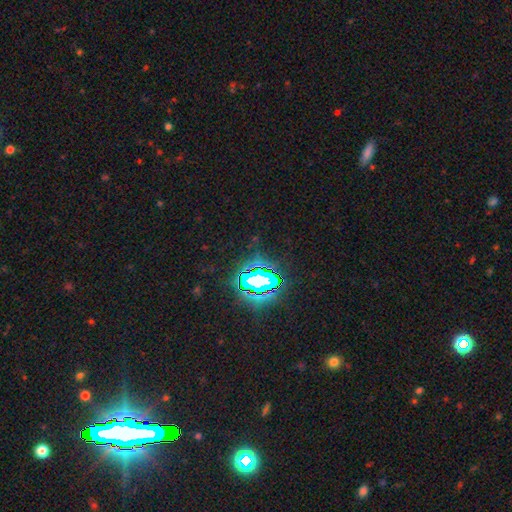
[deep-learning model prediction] Smooth or featured?
  - star or artifact: 79% *
  - smooth: 12%
  - featured or disk: 9%